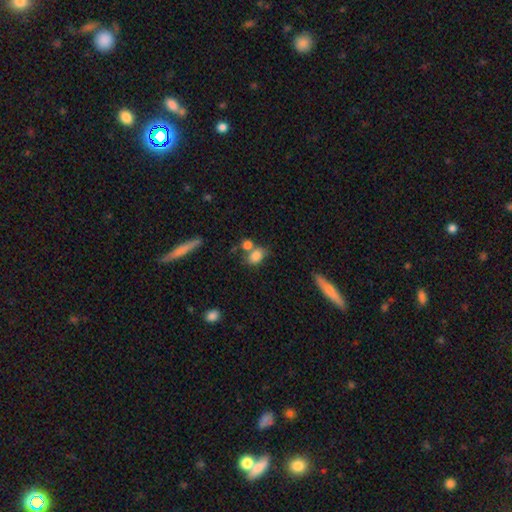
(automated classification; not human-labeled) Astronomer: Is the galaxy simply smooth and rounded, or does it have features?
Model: smooth — 82%.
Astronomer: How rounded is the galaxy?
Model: in between — 70%.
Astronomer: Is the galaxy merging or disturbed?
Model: none — 48% (runner-up: merger, 31%).